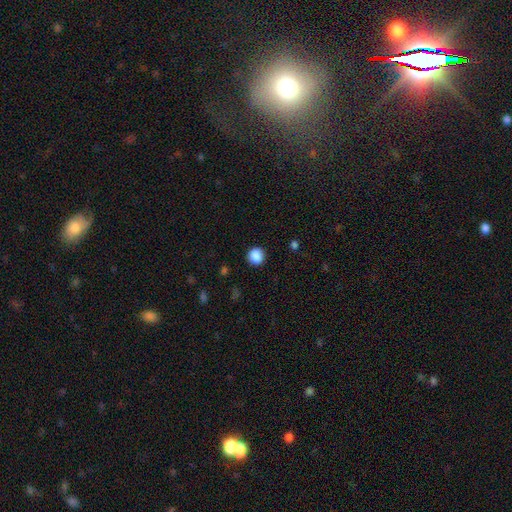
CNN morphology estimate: Smooth or featured?
  - smooth: 87% *
  - star or artifact: 10%
  - featured or disk: 3%
How rounded?
  - round: 91% *
  - in between: 8%
  - cigar-shaped: 1%
Merging?
  - none: 90% *
  - minor disturbance: 7%
  - major disturbance: 2%
  - merger: 1%